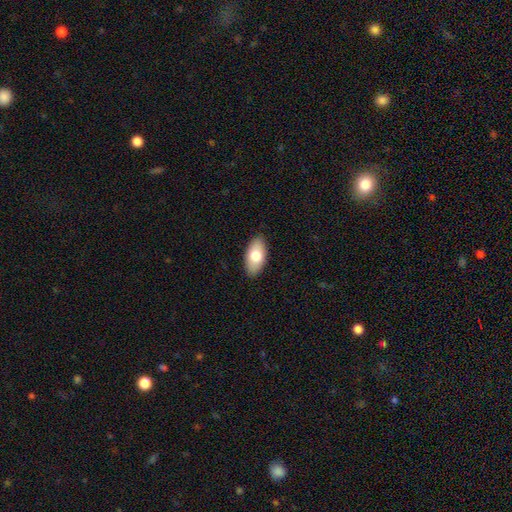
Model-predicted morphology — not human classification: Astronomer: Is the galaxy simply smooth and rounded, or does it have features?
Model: smooth — 76%.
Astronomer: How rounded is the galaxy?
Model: in between — 94%.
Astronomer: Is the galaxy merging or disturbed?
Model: none — 88%.